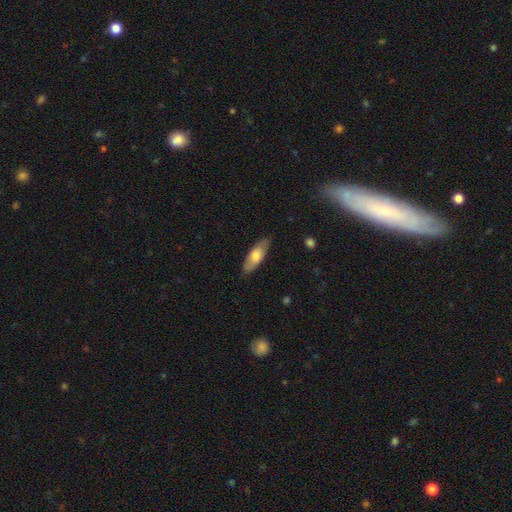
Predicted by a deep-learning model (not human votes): This is likely a smooth galaxy (68%). How rounded: likely in between (61%). Merging: clearly none (84%).